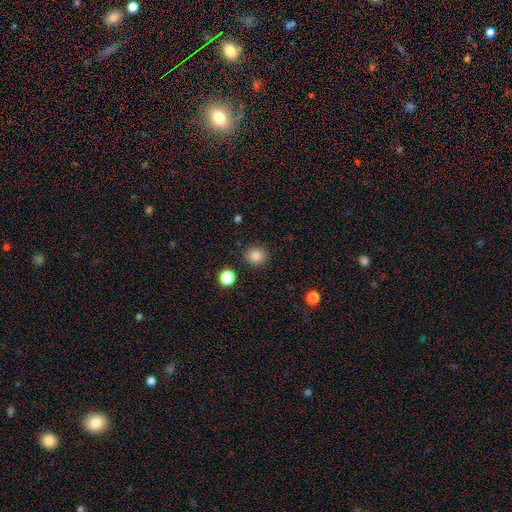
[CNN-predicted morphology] This appears to be a smooth galaxy with no disk features (84%) that is round (86%). Merging: none (89%).